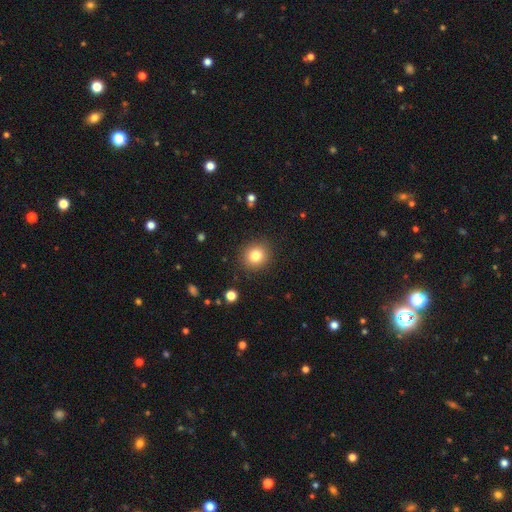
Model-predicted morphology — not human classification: Smooth or featured: smooth — 81% (star or artifact — 11%)
How rounded: round — 86% (in between — 13%)
Merging: none — 90% (minor disturbance — 7%)